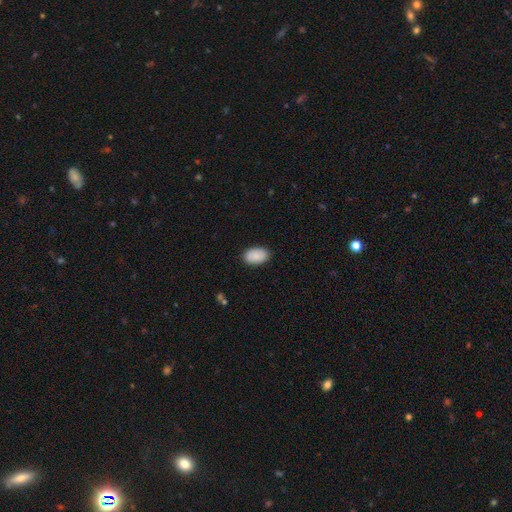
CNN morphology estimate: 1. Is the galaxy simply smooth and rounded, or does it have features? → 87% smooth, 7% featured or disk, 6% star or artifact.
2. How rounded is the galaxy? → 93% in between, 6% round, 1% cigar-shaped.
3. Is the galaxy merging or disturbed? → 86% none, 11% minor disturbance, 2% major disturbance, 1% merger.